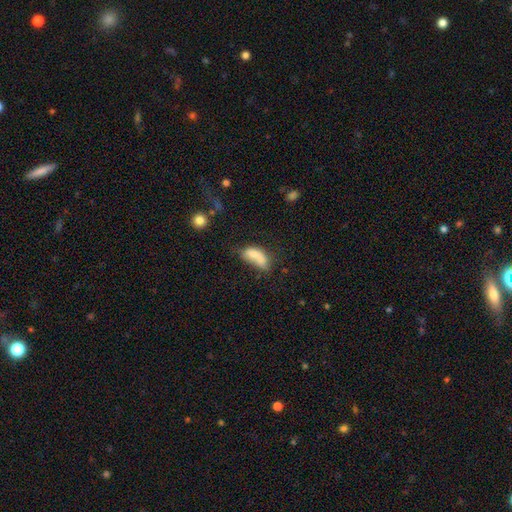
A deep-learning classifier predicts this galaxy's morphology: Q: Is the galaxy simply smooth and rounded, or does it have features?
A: smooth — 69%.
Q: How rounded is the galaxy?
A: in between — 84%.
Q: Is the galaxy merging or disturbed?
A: merger — 45%.